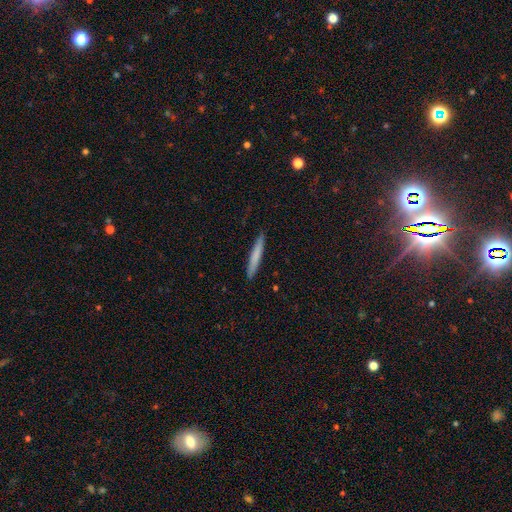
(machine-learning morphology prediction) smooth_or_featured: smooth (p=0.75) [alt: featured or disk p=0.19]
how_rounded: cigar-shaped (p=0.96) [alt: in between p=0.03]
merging: none (p=0.91) [alt: minor disturbance p=0.07]